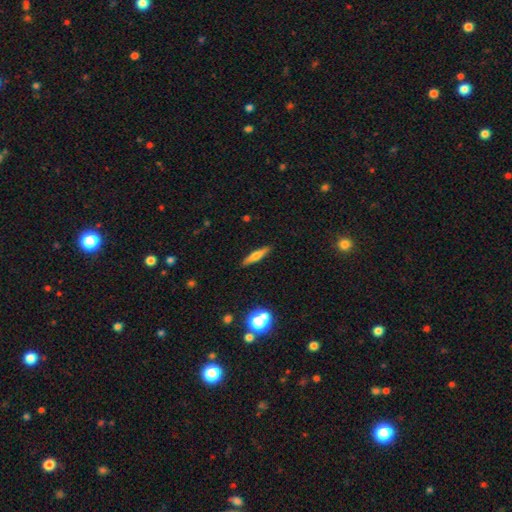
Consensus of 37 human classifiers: Q: Smooth or featured?
A: featured or disk (49%); runner-up: smooth (43%)
Q: Edge-on disk?
A: yes (89%); runner-up: no (11%)
Q: Edge-on bulge?
A: rounded (88%); runner-up: boxy (12%)
Q: Merging?
A: none (88%); runner-up: minor disturbance (6%)